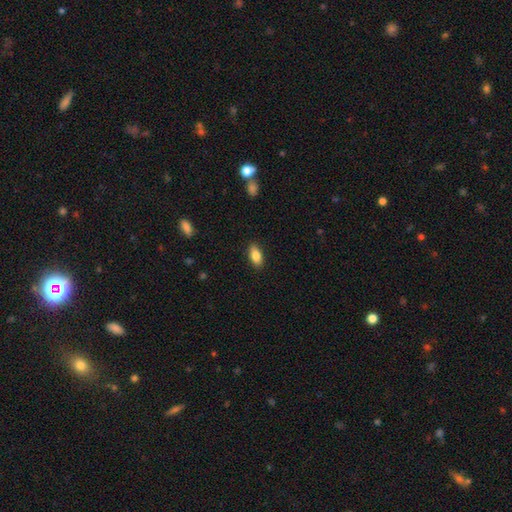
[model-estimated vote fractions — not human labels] Smooth or featured? Predicted: smooth (p=0.84). How rounded? Predicted: in between (p=0.88). Merging? Predicted: none (p=0.88).